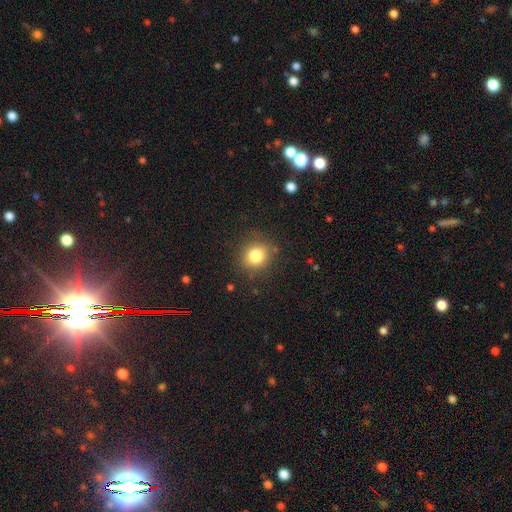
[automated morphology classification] Smooth or featured: smooth — 81% (star or artifact — 12%)
How rounded: round — 81% (in between — 18%)
Merging: none — 85% (minor disturbance — 10%)